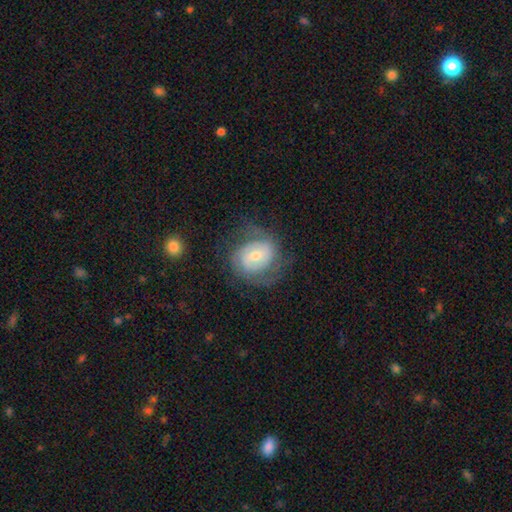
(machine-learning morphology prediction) A featured or disk galaxy (68%) with a weak bar (47%), 2 (62%) tight (42%) spiral arms (81%) and a moderate central bulge (55%).

Vote fractions:
- Smooth or featured? featured or disk: 68% / smooth: 26% / star or artifact: 7%
- Edge-on disk? no: 97% / yes: 3%
- Bar? weak: 47% / no: 37% / strong: 17%
- Spiral arms? yes: 81% / no: 19%
- Spiral winding? tight: 42% / medium: 40% / loose: 18%
- Spiral arm count? 2: 62% / can't tell: 24% / 3: 6% / 1: 5% / 4: 2% / more than 4: 2%
- Bulge size? moderate: 55% / small: 39% / large: 4% / none: 1% / dominant: 1%
- Merging? none: 61% / minor disturbance: 21% / major disturbance: 16% / merger: 2%